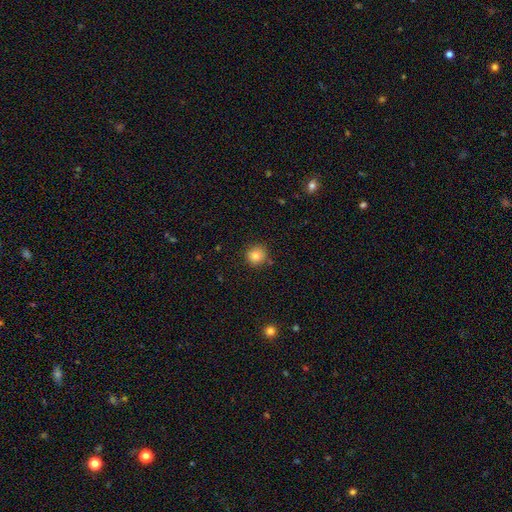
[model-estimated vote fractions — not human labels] Smooth or featured? Predicted: smooth (p=0.83). How rounded? Predicted: round (p=0.92). Merging? Predicted: none (p=0.87).